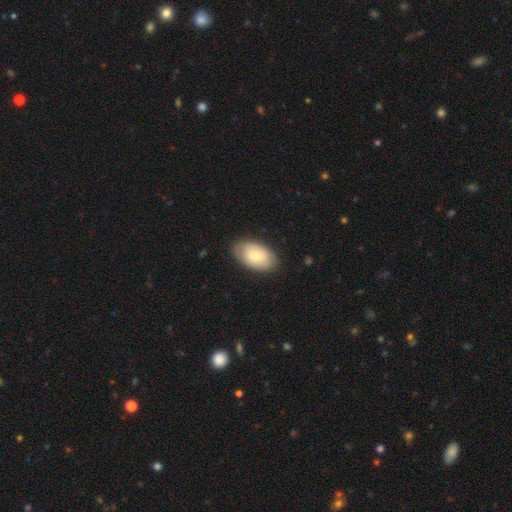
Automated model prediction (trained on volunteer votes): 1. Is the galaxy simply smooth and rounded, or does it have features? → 75% smooth, 19% featured or disk, 6% star or artifact.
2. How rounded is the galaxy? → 94% in between, 5% round, 1% cigar-shaped.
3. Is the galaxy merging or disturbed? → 83% none, 14% minor disturbance, 3% major disturbance, 1% merger.